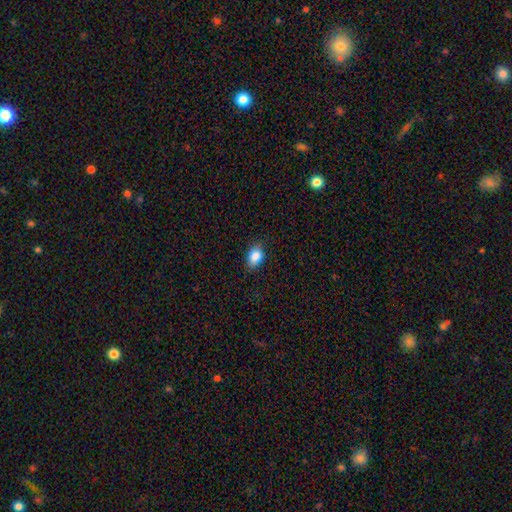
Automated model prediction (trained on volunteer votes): Q: Smooth or featured?
A: smooth (85%); runner-up: star or artifact (9%)
Q: How rounded?
A: in between (81%); runner-up: round (17%)
Q: Merging?
A: none (82%); runner-up: minor disturbance (14%)